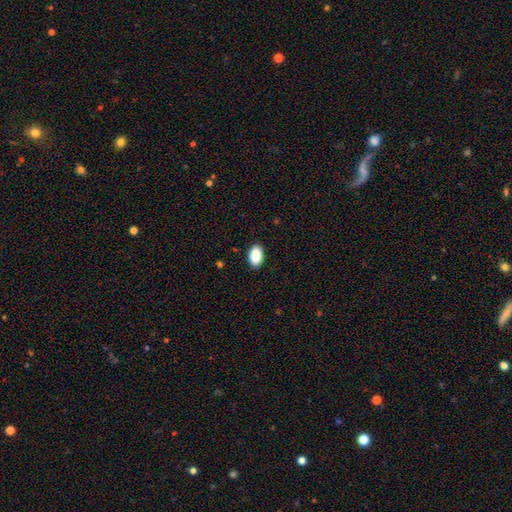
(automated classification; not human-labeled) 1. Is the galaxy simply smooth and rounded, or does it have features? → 89% smooth, 7% star or artifact, 4% featured or disk.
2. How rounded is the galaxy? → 92% in between, 6% round, 1% cigar-shaped.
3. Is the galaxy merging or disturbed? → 90% none, 8% minor disturbance, 2% major disturbance, 1% merger.